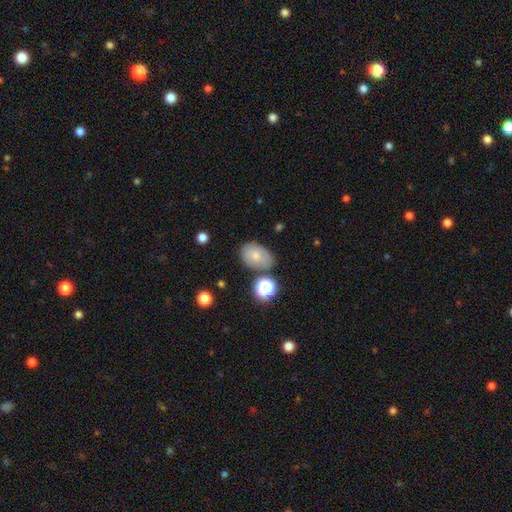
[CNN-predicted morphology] This appears to be a smooth galaxy with no disk features (73%) that is in between round and cigar-shaped (79%). Merging: none (67%).